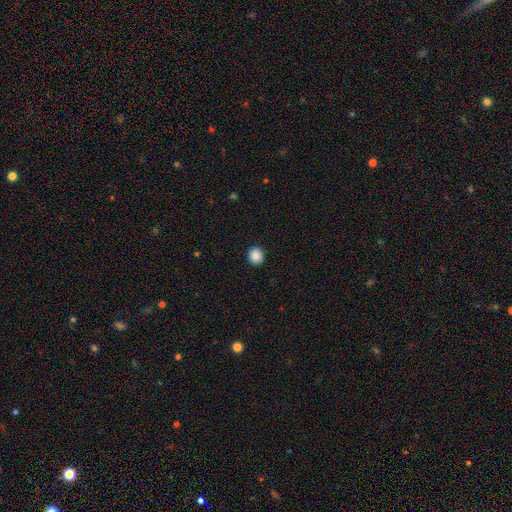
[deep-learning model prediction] Smooth or featured?
  - smooth: 89% *
  - star or artifact: 8%
  - featured or disk: 3%
How rounded?
  - round: 75% *
  - in between: 24%
  - cigar-shaped: 1%
Merging?
  - none: 91% *
  - minor disturbance: 6%
  - major disturbance: 2%
  - merger: 1%